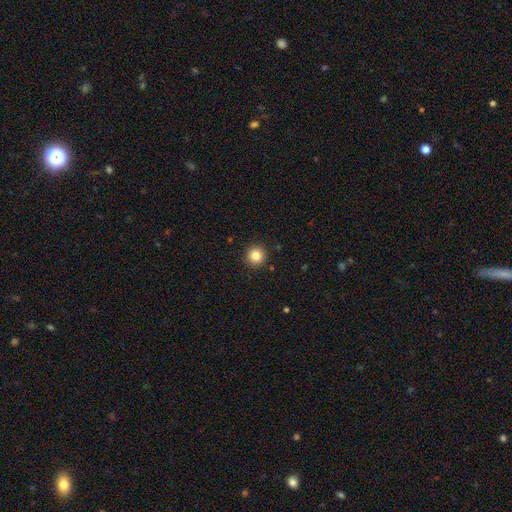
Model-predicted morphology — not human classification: Smooth or featured: smooth — 84% (star or artifact — 11%)
How rounded: round — 95% (in between — 4%)
Merging: none — 93% (minor disturbance — 5%)